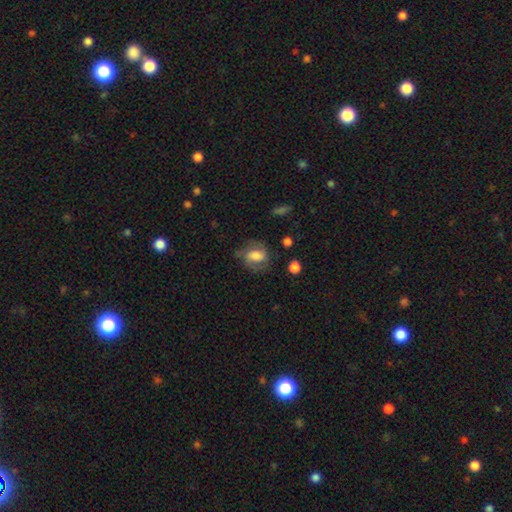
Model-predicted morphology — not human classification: This appears to be a smooth galaxy with no disk features (54%) that is in between round and cigar-shaped (65%). Merging: none (60%).